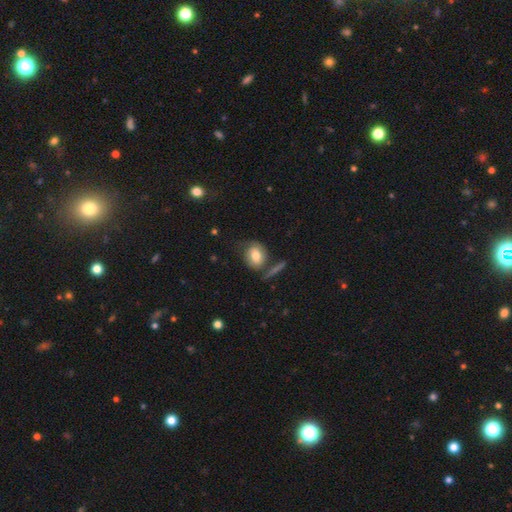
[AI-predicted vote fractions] Smooth or featured: smooth — 73% (featured or disk — 20%)
How rounded: in between — 54% (round — 44%)
Merging: none — 60% (minor disturbance — 20%)